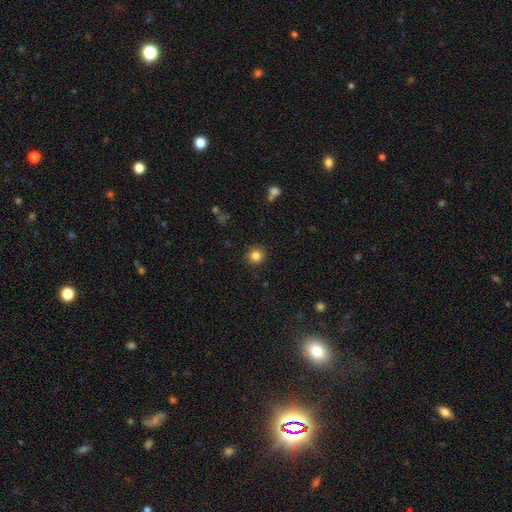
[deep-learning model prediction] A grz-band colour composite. It shows a smooth galaxy with no disk features (84%) that is round (92%). Merging: none (91%).